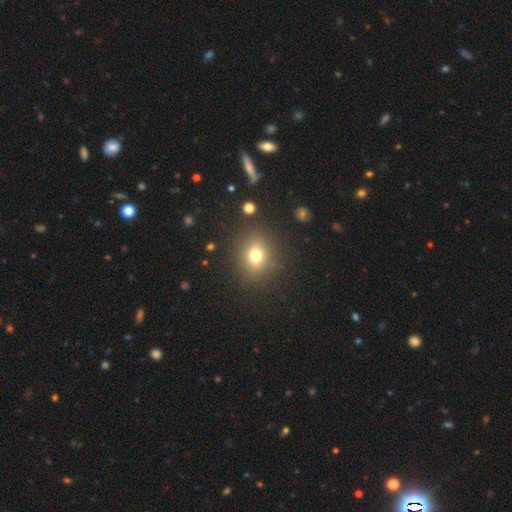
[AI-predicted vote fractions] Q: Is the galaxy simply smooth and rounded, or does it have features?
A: smooth — 73%.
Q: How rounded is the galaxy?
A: round — 62%.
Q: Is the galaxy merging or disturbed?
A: none — 85%.